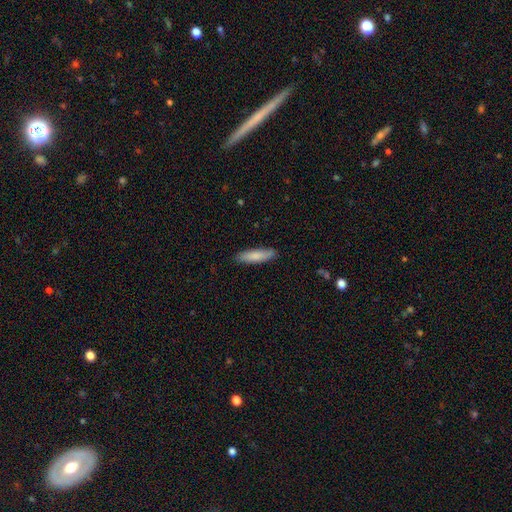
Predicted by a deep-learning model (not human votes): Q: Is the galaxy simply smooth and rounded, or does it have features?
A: smooth — 82%.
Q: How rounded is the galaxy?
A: cigar-shaped — 68%.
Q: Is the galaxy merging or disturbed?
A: none — 86%.